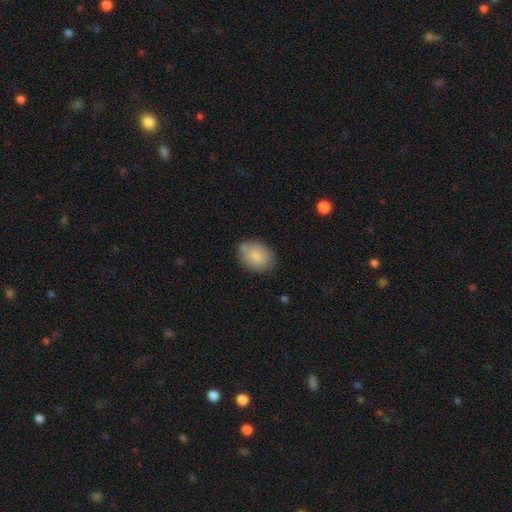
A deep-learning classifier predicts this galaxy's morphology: This appears to be a smooth galaxy with no disk features (84%) that is in between round and cigar-shaped (70%). Merging: none (73%).